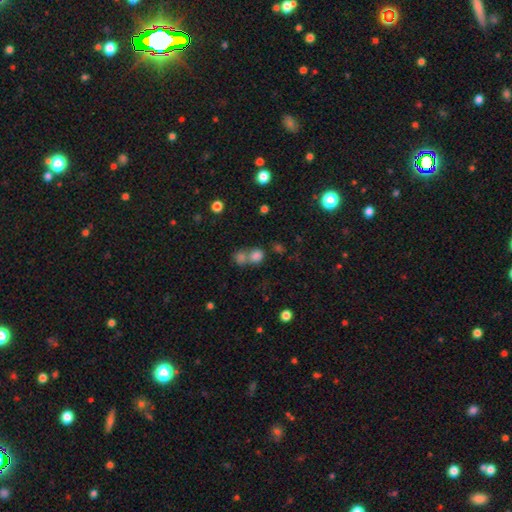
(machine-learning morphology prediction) A smooth galaxy with no disk features (77%) that is round (70%). Merging: merger (51%).